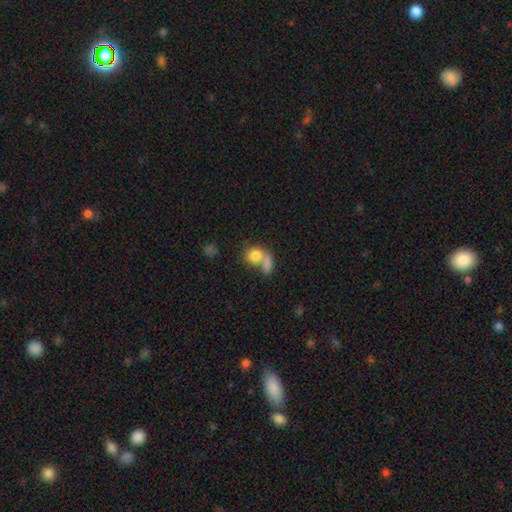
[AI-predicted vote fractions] This is clearly a smooth galaxy (81%). How rounded: possibly round (57%). Merging: possibly merger (53%).